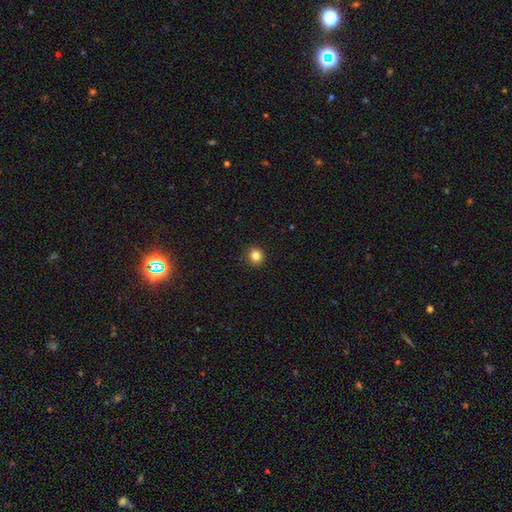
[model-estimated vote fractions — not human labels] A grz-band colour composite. It shows a smooth galaxy with no disk features (83%) that is round (93%). Merging: none (93%).